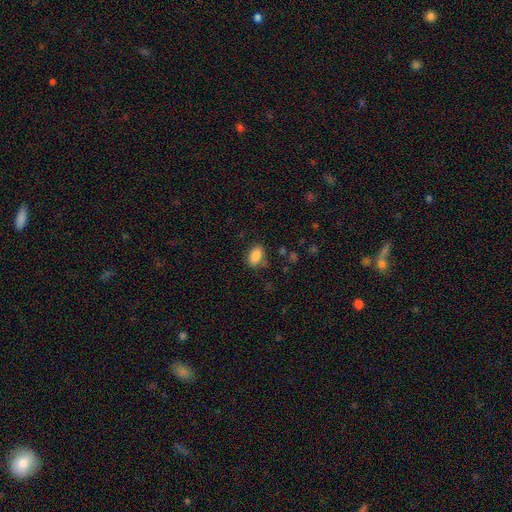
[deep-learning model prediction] smooth-or-featured: smooth: 87% | star or artifact: 9% | featured or disk: 5%
  how-rounded: in between: 88% | round: 9% | cigar-shaped: 2%
  merging: none: 79% | minor disturbance: 15% | major disturbance: 4% | merger: 2%